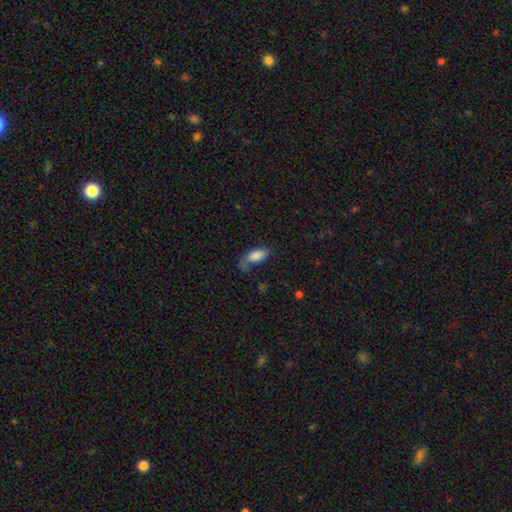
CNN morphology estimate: Q: Smooth or featured?
A: smooth (81%); runner-up: featured or disk (12%)
Q: How rounded?
A: in between (88%); runner-up: cigar-shaped (8%)
Q: Merging?
A: none (40%); runner-up: major disturbance (27%)